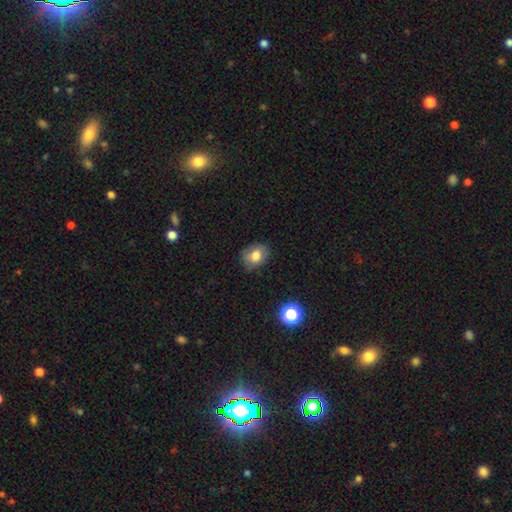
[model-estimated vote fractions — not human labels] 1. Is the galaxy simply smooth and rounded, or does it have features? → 76% smooth, 14% featured or disk, 11% star or artifact.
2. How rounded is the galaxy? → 57% in between, 42% round, 1% cigar-shaped.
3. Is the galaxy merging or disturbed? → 75% none, 19% minor disturbance, 4% major disturbance, 1% merger.